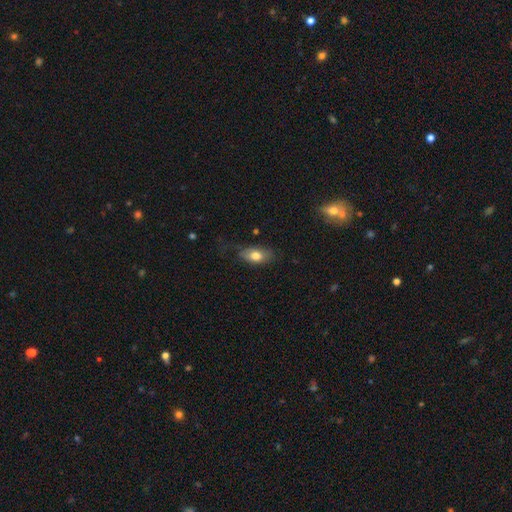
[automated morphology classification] Smooth or featured: smooth — 75% (featured or disk — 18%)
How rounded: in between — 87% (cigar-shaped — 7%)
Merging: none — 64% (minor disturbance — 25%)